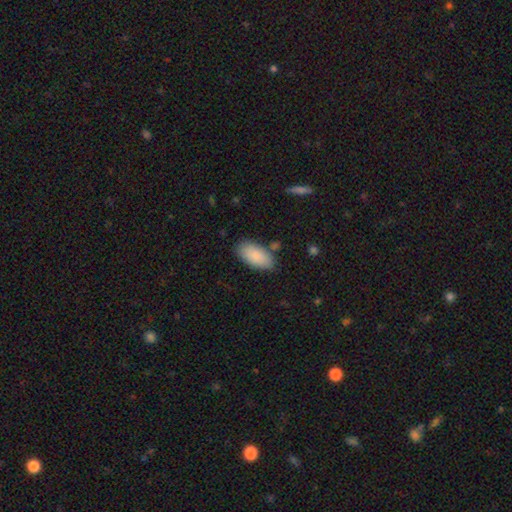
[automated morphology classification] smooth 88%, featured or disk 6%, star or artifact 6%. Down the decision tree: how rounded — in between (92%); merging — none (81%).